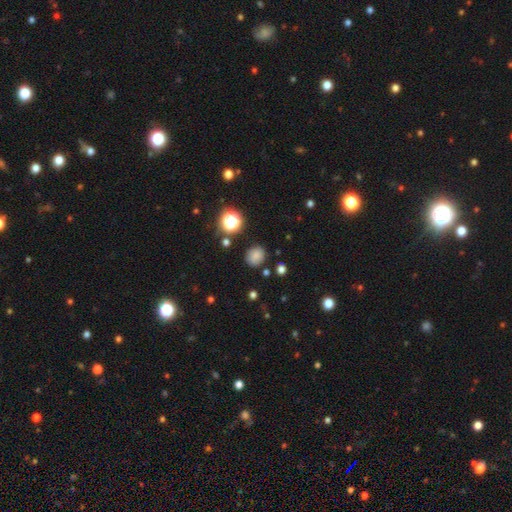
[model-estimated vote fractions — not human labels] This appears to be a smooth galaxy with no disk features (77%) that is round (77%). Merging: none (81%).